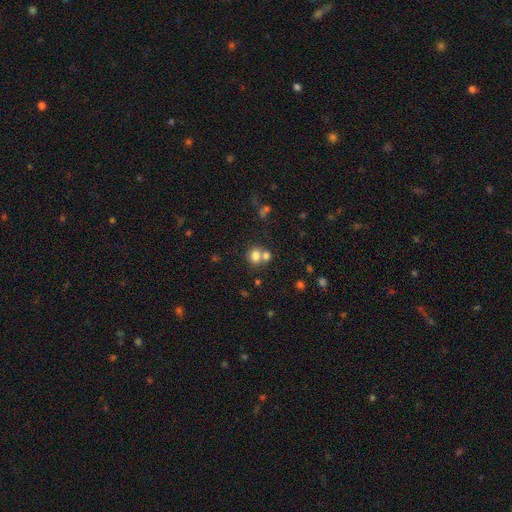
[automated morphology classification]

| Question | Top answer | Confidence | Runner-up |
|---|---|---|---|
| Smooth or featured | smooth | 76% | star or artifact (13%) |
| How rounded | round | 73% | in between (26%) |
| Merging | none | 46% | merger (43%) |